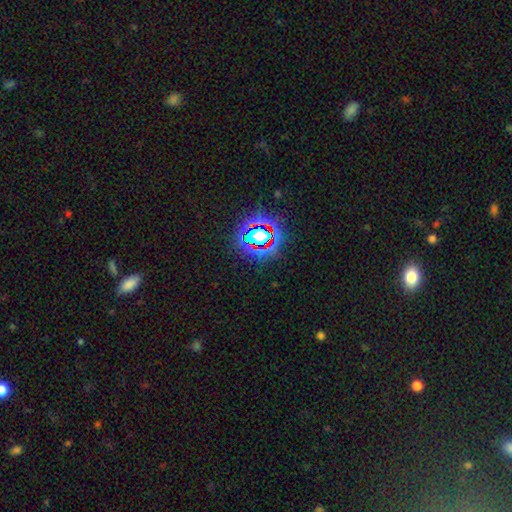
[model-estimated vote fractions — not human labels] smooth_or_featured: star or artifact (p=0.77) [alt: smooth p=0.15]